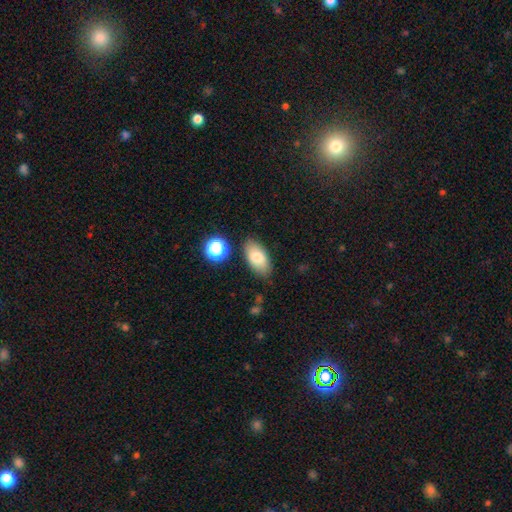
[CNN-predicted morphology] A smooth galaxy with no disk features (79%) that is in between round and cigar-shaped (92%). Merging: none (83%).